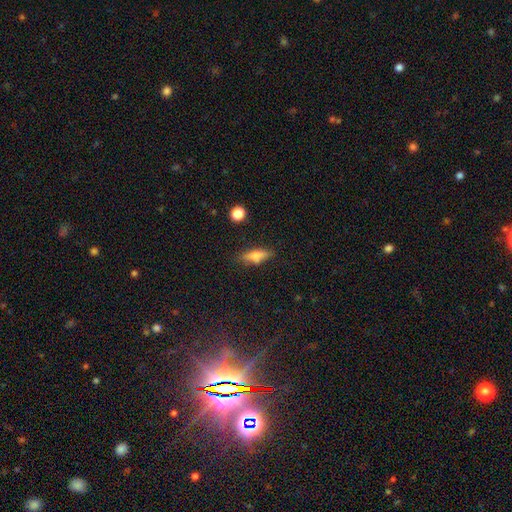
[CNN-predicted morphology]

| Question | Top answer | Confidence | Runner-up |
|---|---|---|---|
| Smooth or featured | smooth | 63% | featured or disk (28%) |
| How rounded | in between | 50% | cigar-shaped (46%) |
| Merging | none | 76% | minor disturbance (17%) |